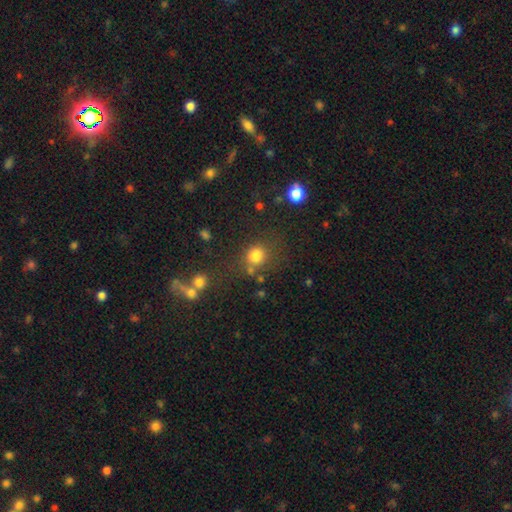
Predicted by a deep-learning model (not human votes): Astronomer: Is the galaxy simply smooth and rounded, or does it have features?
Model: smooth — 79%.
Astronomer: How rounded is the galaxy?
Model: round — 84%.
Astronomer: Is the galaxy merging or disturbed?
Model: none — 67%.